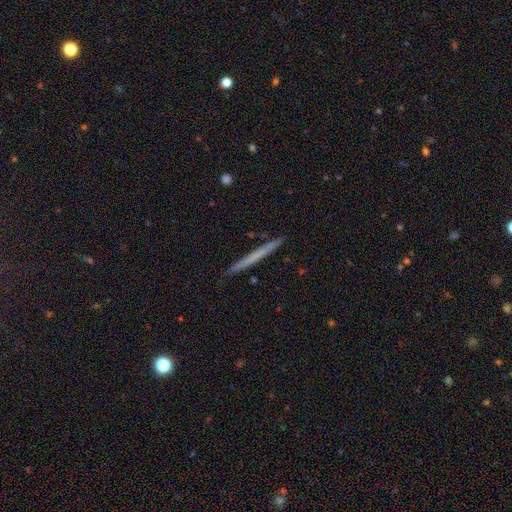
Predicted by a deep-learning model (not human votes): Smooth or featured: smooth — 51% (featured or disk — 43%)
How rounded: cigar-shaped — 97% (in between — 2%)
Merging: none — 92% (minor disturbance — 6%)